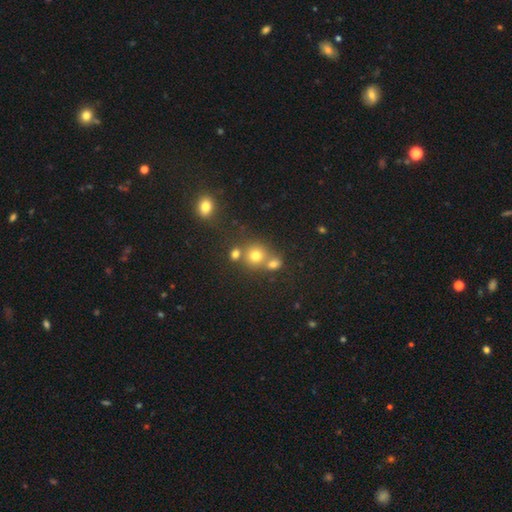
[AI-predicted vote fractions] A smooth galaxy with no disk features (72%) that is round (84%).

Vote fractions:
- Smooth or featured? smooth: 72% / star or artifact: 18% / featured or disk: 10%
- How rounded? round: 84% / in between: 15% / cigar-shaped: 1%
- Merging? none: 54% / merger: 34% / minor disturbance: 8% / major disturbance: 4%